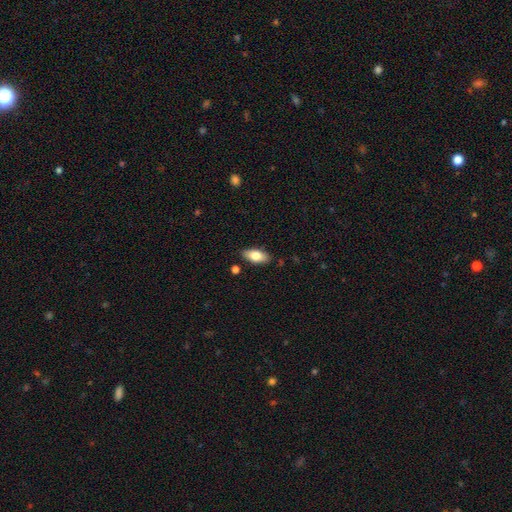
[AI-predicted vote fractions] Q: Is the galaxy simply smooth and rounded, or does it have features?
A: smooth — 79%.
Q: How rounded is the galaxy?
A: in between — 89%.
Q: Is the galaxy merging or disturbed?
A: none — 85%.